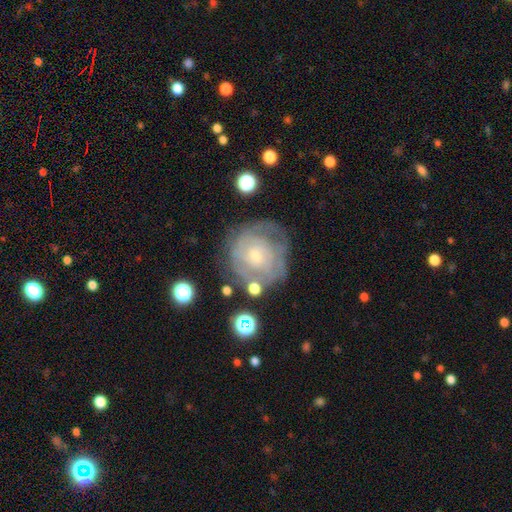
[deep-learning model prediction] A featured or disk galaxy (65%) with no bar (77%), spiral arms (70%) and a small central bulge (71%). Merging: none (65%).